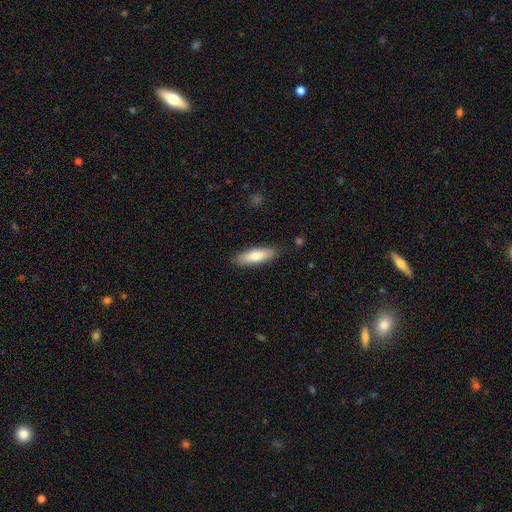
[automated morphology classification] Smooth or featured: smooth — 77% (featured or disk — 17%)
How rounded: cigar-shaped — 49% (tied with in between — 49%)
Merging: none — 88% (minor disturbance — 9%)